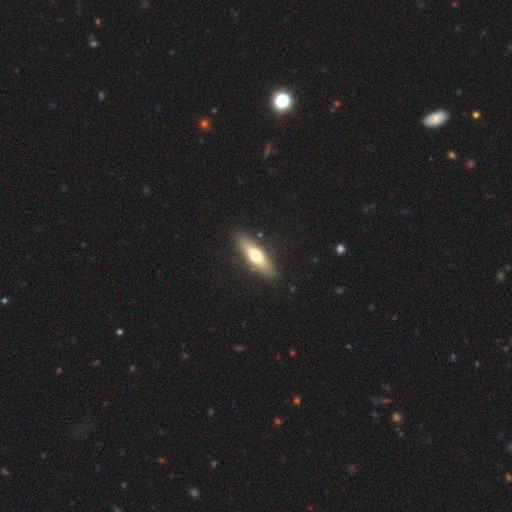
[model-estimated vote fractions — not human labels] Smooth or featured? Predicted: smooth (p=0.56). How rounded? Predicted: cigar-shaped (p=0.59). Merging? Predicted: none (p=0.86).